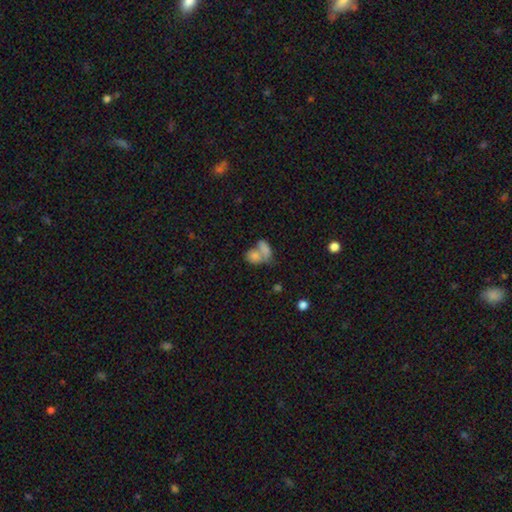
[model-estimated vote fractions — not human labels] The model was most divided on "how rounded": in between: 65%, round: 32%, cigar-shaped: 3%. More confident: smooth or featured — smooth (74%); merging — merger (61%).